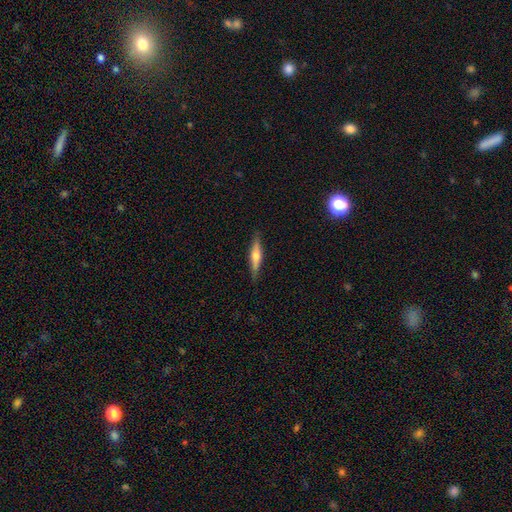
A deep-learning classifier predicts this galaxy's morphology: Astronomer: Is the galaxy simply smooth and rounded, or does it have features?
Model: featured or disk — 56% (runner-up: smooth, 38%).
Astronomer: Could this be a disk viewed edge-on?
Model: yes — 96%.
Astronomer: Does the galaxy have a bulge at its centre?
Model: rounded — 84%.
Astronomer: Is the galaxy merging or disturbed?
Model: none — 89%.